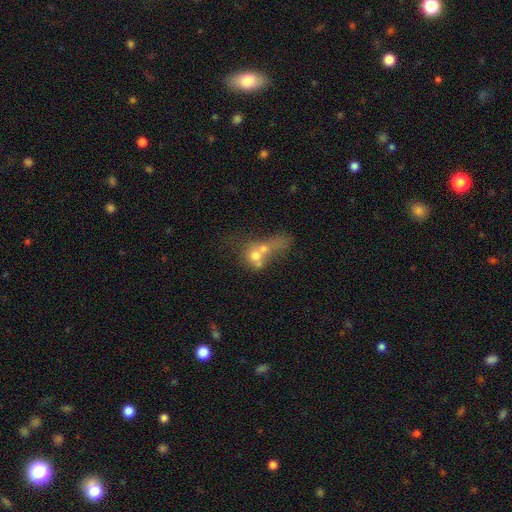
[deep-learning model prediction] Smooth or featured? smooth (52%)
How rounded? round (58%)
Merging? merger (63%)